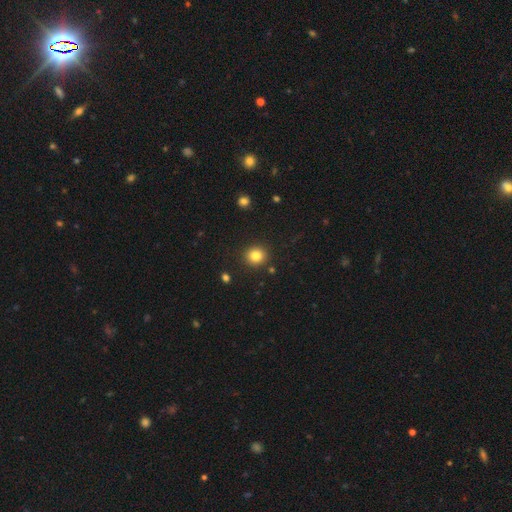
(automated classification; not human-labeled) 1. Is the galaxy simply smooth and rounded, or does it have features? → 83% smooth, 11% star or artifact, 6% featured or disk.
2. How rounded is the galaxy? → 89% round, 10% in between, 1% cigar-shaped.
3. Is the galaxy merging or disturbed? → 90% none, 6% minor disturbance, 2% major disturbance, 2% merger.